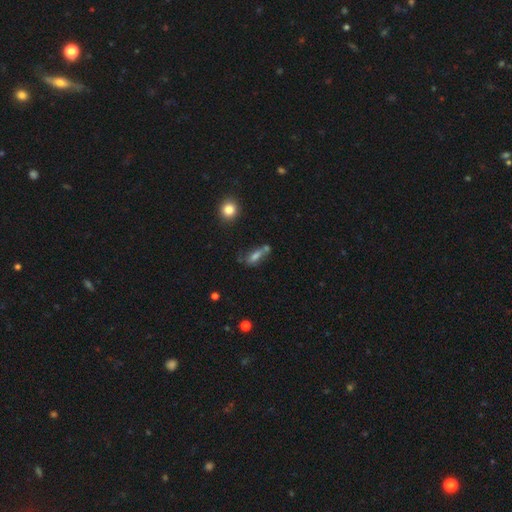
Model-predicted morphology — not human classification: Smooth or featured? smooth (55%)
How rounded? in between (64%)
Merging? none (42%)